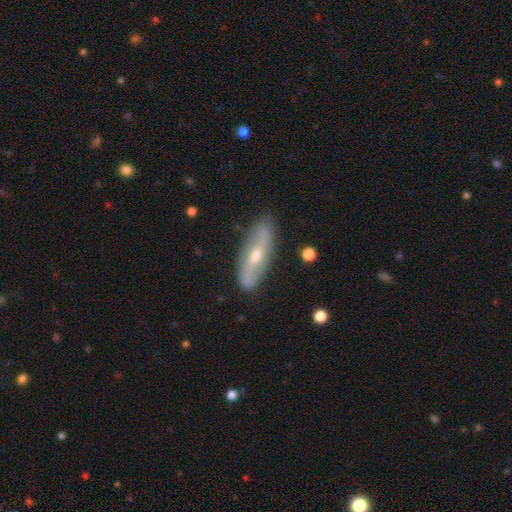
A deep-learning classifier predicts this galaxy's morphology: Overall: featured or disk (68%). Edge-on disk: no (67%; yes 33%). Merging: none (84%).